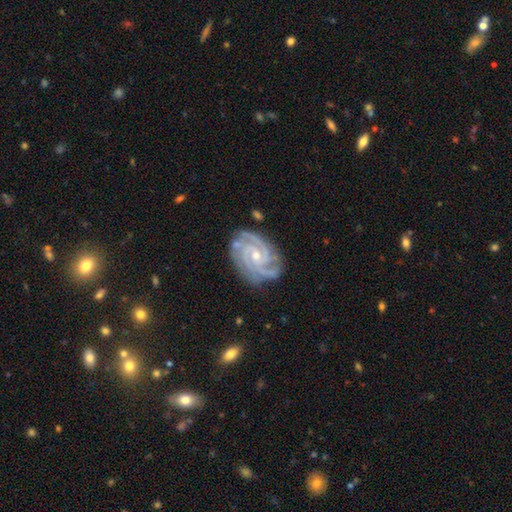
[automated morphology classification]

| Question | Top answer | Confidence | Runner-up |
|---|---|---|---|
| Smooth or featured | featured or disk | 93% | star or artifact (4%) |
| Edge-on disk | no | 98% | yes (2%) |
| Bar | no | 57% | weak (33%) |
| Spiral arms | yes | 99% | no (1%) |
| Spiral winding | tight | 72% | medium (25%) |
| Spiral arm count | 3 | 45% | 4 (19%) |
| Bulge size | small | 60% | moderate (37%) |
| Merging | none | 78% | minor disturbance (17%) |